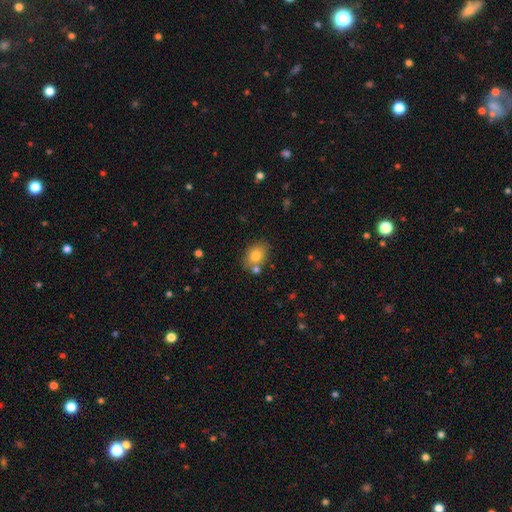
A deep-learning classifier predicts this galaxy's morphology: Smooth or featured: smooth — 79% (featured or disk — 12%)
How rounded: in between — 65% (round — 34%)
Merging: none — 69% (minor disturbance — 14%)